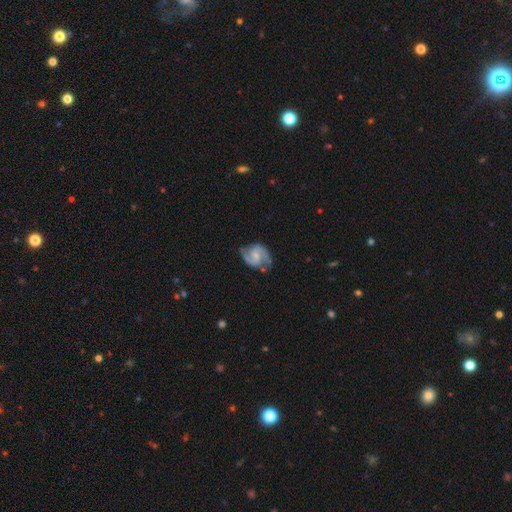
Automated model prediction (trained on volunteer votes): smooth_or_featured: featured or disk (p=0.85) [alt: smooth p=0.10]
disk_edge_on: no (p=0.98) [alt: yes p=0.02]
bar: weak (p=0.48) [alt: no p=0.41]
has_spiral_arms: yes (p=0.96) [alt: no p=0.04]
spiral_winding: medium (p=0.55) [alt: tight p=0.23]
spiral_arm_count: 2 (p=0.91) [alt: can't tell p=0.04]
bulge_size: small (p=0.51) [alt: moderate p=0.29]
merging: none (p=0.70) [alt: minor disturbance p=0.20]